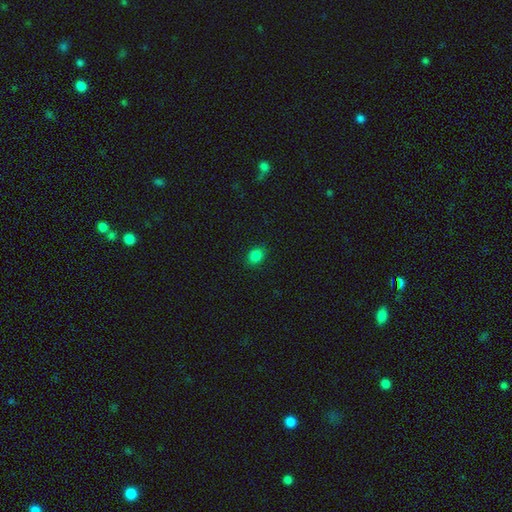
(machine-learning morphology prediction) This appears to be a smooth galaxy with no disk features (84%) that is in between round and cigar-shaped (55%). Merging: none (88%).